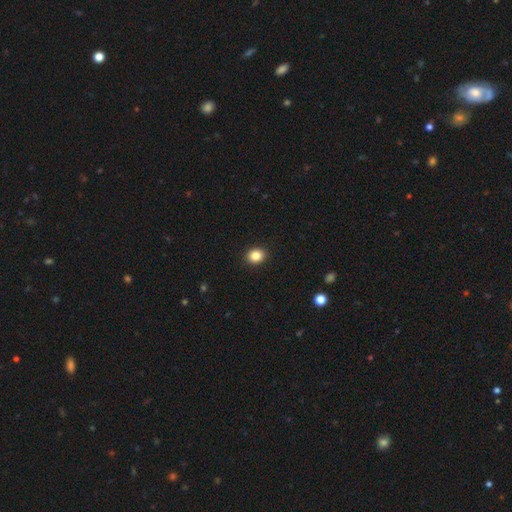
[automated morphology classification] smooth 85%, star or artifact 10%, featured or disk 5%. Down the decision tree: how rounded — round (66%); merging — none (92%).